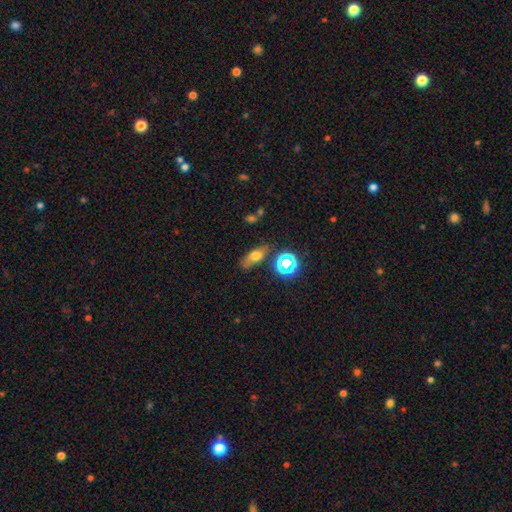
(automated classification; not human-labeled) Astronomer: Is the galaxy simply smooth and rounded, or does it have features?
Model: smooth — 61%.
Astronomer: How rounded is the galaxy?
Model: in between — 64%.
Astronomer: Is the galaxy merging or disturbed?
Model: none — 69%.